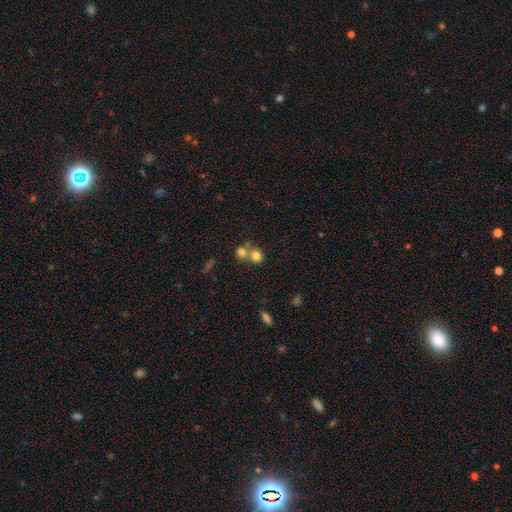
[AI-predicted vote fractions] Smooth or featured? smooth (78%)
How rounded? round (82%)
Merging? merger (51%)